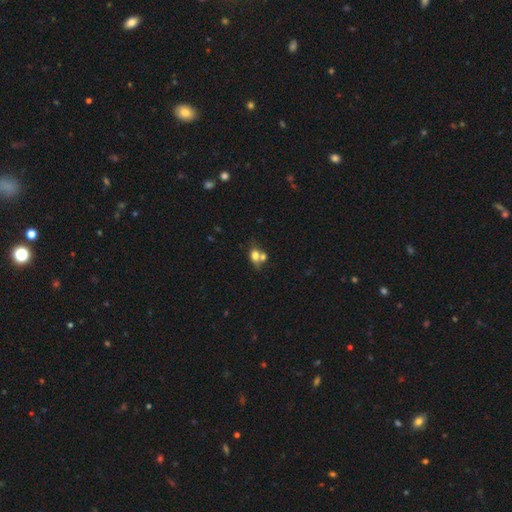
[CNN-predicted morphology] Smooth or featured?
  - smooth: 70% *
  - featured or disk: 19%
  - star or artifact: 11%
How rounded?
  - in between: 57% *
  - round: 41%
  - cigar-shaped: 3%
Merging?
  - merger: 49% *
  - none: 34%
  - minor disturbance: 11%
  - major disturbance: 6%